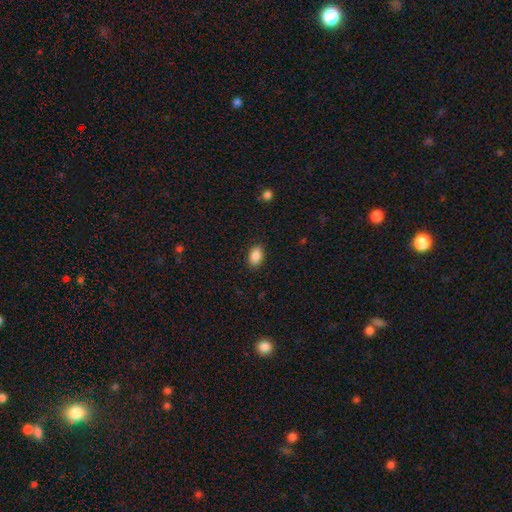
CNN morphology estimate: A smooth galaxy with no disk features (88%) that is in between round and cigar-shaped (90%).

Vote fractions:
- Smooth or featured? smooth: 88% / star or artifact: 8% / featured or disk: 4%
- How rounded? in between: 90% / round: 8% / cigar-shaped: 2%
- Merging? none: 88% / minor disturbance: 9% / major disturbance: 2% / merger: 1%